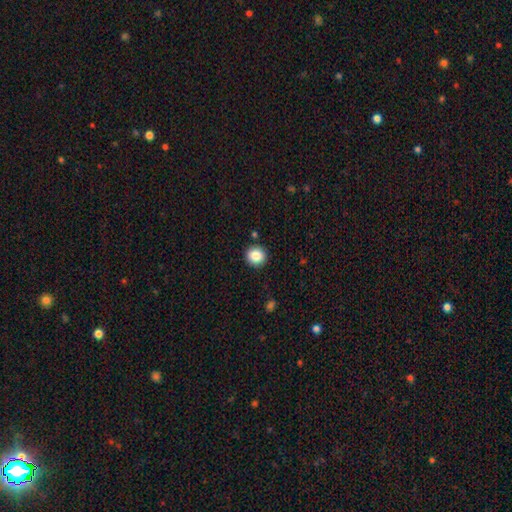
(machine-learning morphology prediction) This appears to be a smooth galaxy with no disk features (86%) that is round (87%). Merging: none (90%).